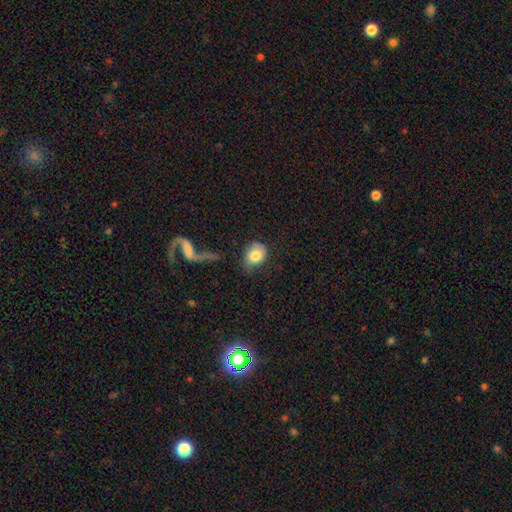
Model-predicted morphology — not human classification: This appears to be a smooth galaxy with no disk features (81%) that is in between round and cigar-shaped (55%). Merging: none (51%).